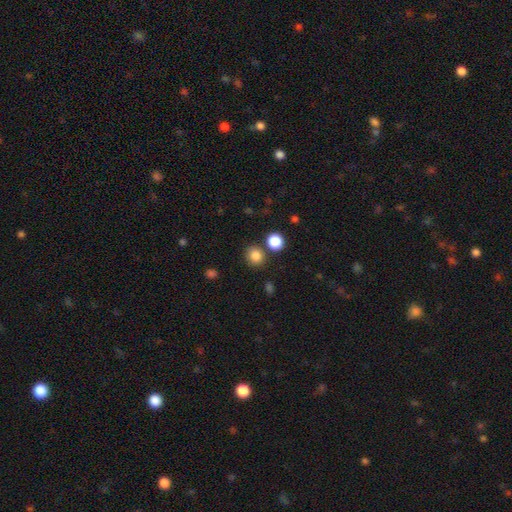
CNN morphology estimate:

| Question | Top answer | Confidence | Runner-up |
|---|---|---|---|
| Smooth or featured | smooth | 84% | star or artifact (12%) |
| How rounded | round | 81% | in between (18%) |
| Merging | none | 78% | merger (10%) |